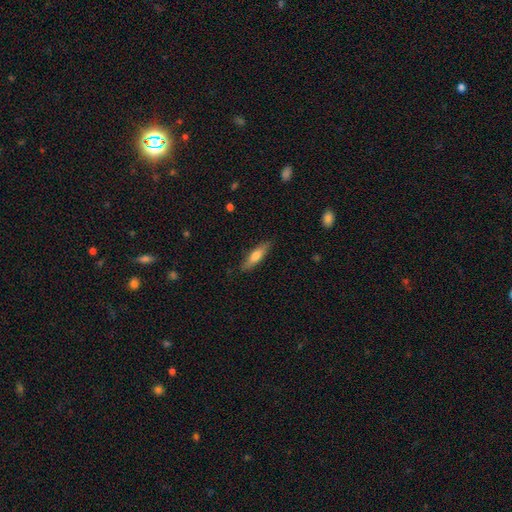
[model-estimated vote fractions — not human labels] Smooth or featured: smooth — 66% (featured or disk — 28%)
How rounded: cigar-shaped — 69% (in between — 29%)
Merging: none — 85% (minor disturbance — 11%)